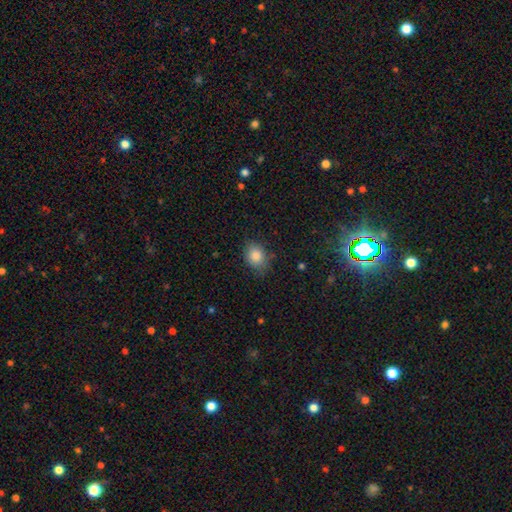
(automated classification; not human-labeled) Smooth or featured: smooth — 85% (star or artifact — 9%)
How rounded: in between — 53% (round — 46%)
Merging: none — 78% (minor disturbance — 17%)